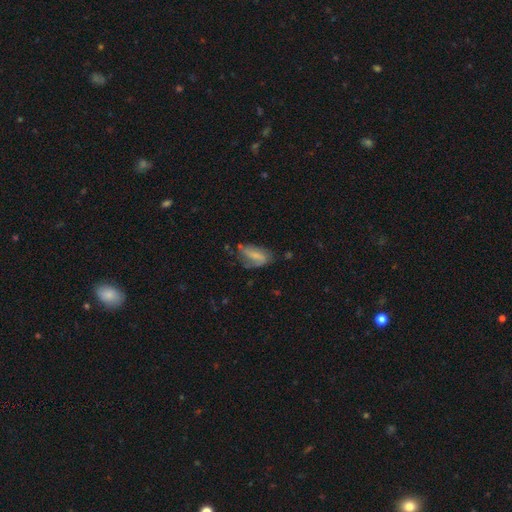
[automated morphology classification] Overall: smooth (48%; featured or disk 43%). Merging: none (45%; minor disturbance 32%).